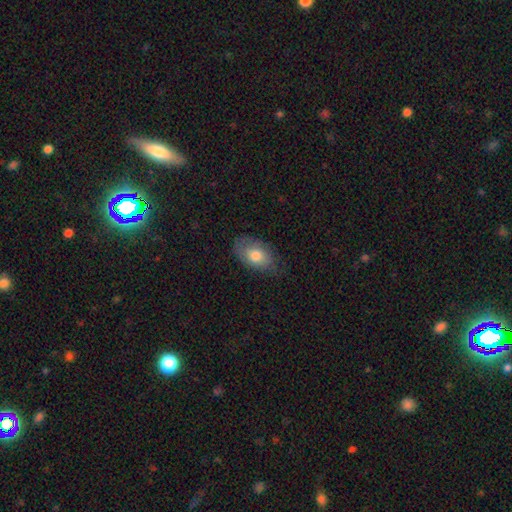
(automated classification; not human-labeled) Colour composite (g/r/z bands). It shows a smooth galaxy with no disk features (72%) that is in between round and cigar-shaped (89%). Merging: none (68%).